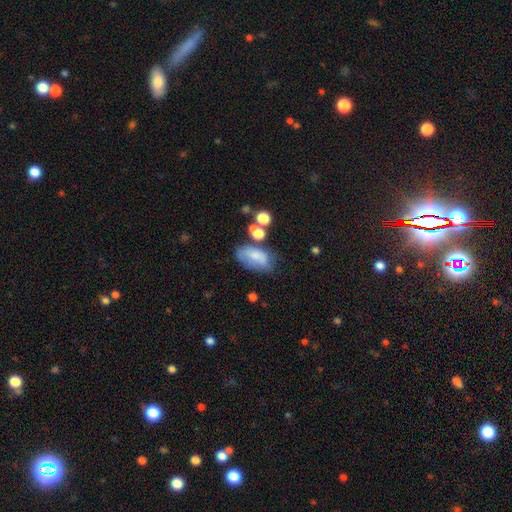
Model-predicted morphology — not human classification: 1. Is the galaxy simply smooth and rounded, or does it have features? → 65% smooth, 22% featured or disk, 13% star or artifact.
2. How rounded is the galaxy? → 89% in between, 8% round, 3% cigar-shaped.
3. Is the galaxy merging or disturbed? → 45% none, 26% minor disturbance, 15% merger, 14% major disturbance.